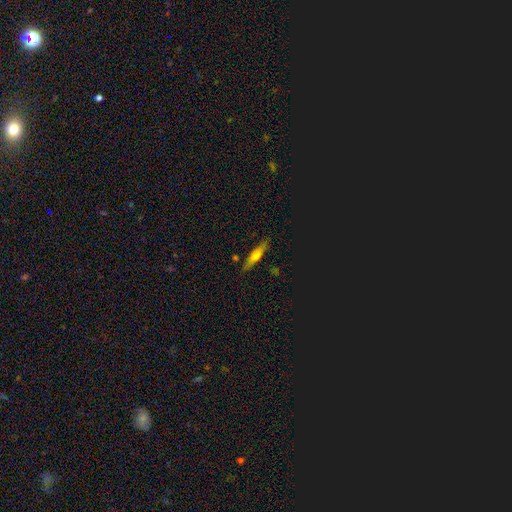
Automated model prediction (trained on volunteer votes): Smooth or featured: smooth — 46% (featured or disk — 43%)
Merging: none — 86% (minor disturbance — 10%)